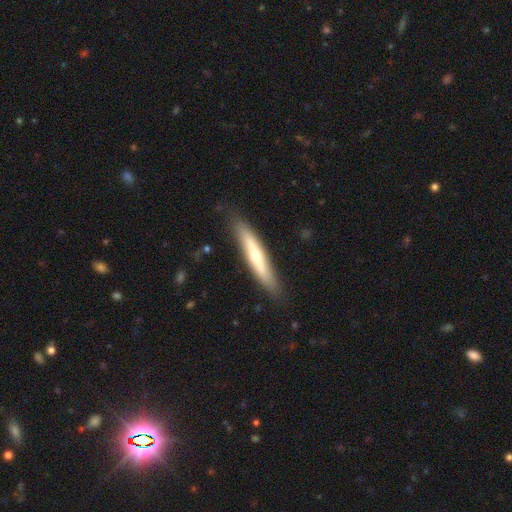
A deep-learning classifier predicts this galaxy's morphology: The model was most divided on "smooth or featured": smooth: 49%, featured or disk: 46%, star or artifact: 5%. More confident: merging — none (85%).